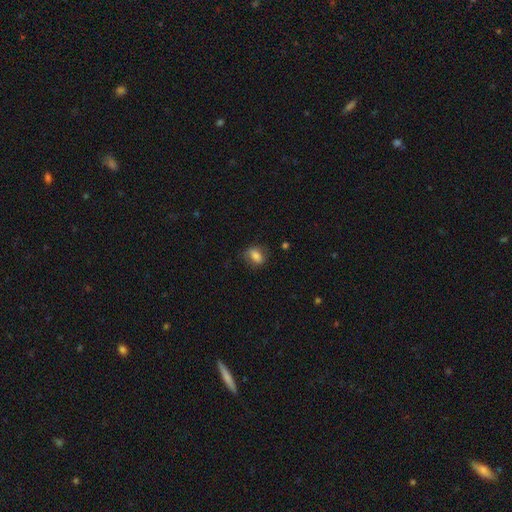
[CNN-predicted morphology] Smooth or featured: smooth — 76% (featured or disk — 15%)
How rounded: in between — 78% (round — 17%)
Merging: none — 67% (minor disturbance — 23%)